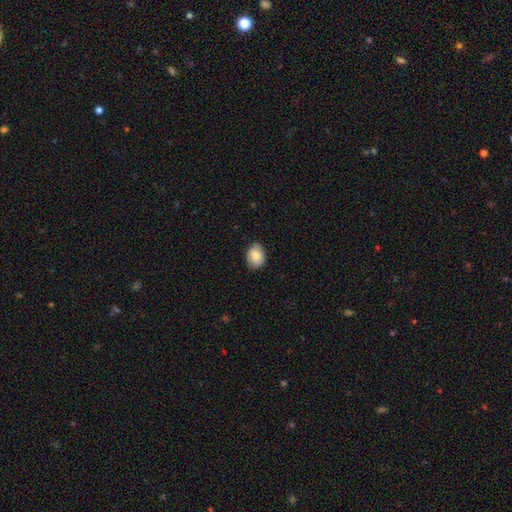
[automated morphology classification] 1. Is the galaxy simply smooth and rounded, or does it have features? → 81% smooth, 11% featured or disk, 7% star or artifact.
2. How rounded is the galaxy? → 66% in between, 33% round, 1% cigar-shaped.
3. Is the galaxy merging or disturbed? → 82% none, 15% minor disturbance, 2% major disturbance, 1% merger.